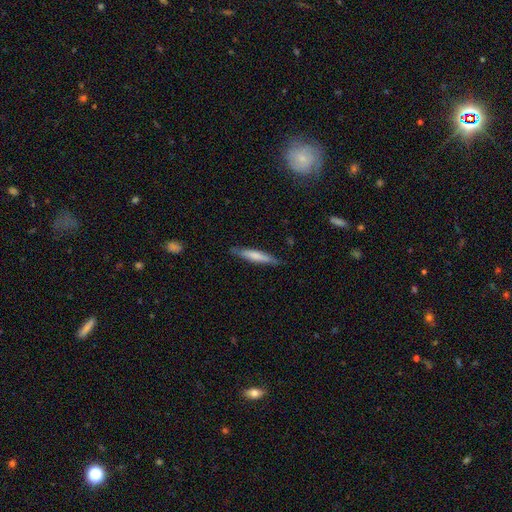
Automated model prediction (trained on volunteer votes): This appears to be a smooth galaxy with no disk features (65%) that is cigar-shaped (91%). Merging: none (85%).